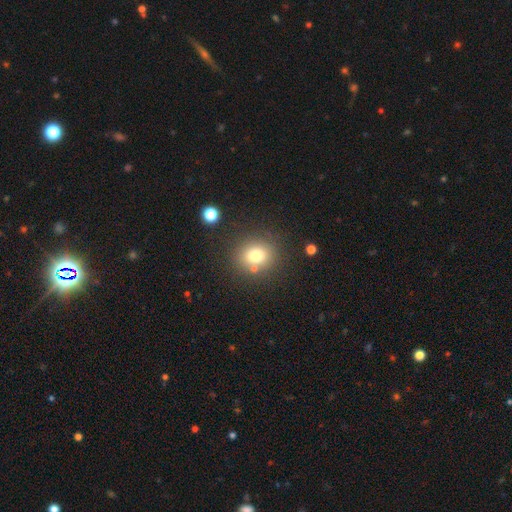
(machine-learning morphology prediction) Q: Smooth or featured?
A: smooth (76%); runner-up: star or artifact (14%)
Q: How rounded?
A: round (75%); runner-up: in between (24%)
Q: Merging?
A: none (78%); runner-up: minor disturbance (10%)